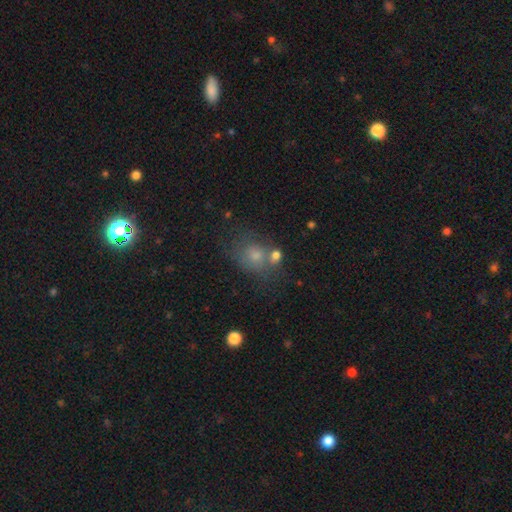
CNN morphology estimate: Smooth or featured: smooth — 62% (star or artifact — 21%)
How rounded: round — 61% (in between — 37%)
Merging: none — 57% (merger — 18%)